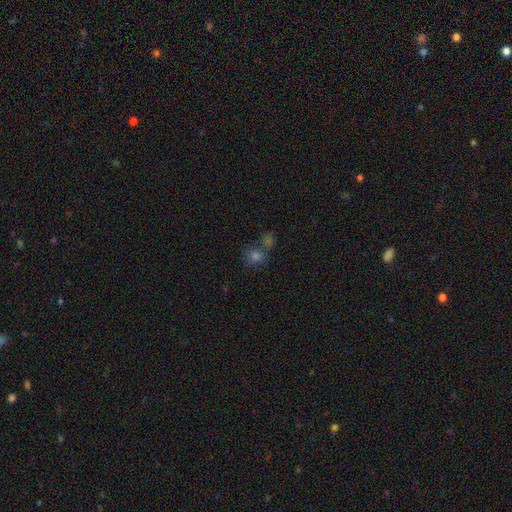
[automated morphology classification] type=smooth (64%); roundness=round (78%); merging=none (56%).